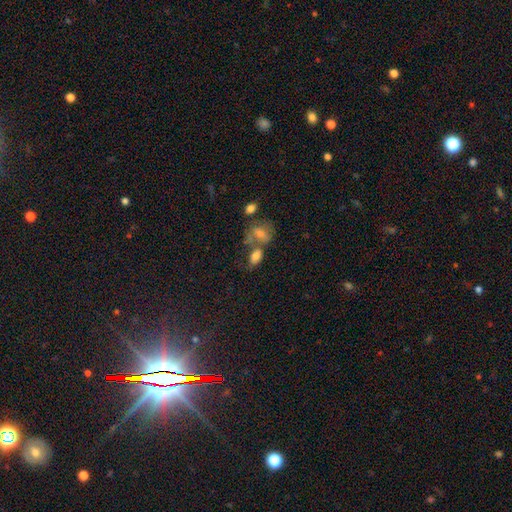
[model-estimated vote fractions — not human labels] Smooth or featured? smooth (76%)
How rounded? in between (86%)
Merging? merger (42%)